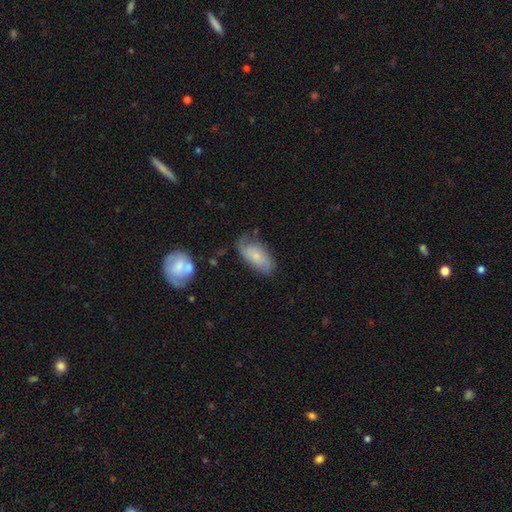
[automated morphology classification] Smooth or featured? Predicted: smooth (p=0.49). Merging? Predicted: none (p=0.53).